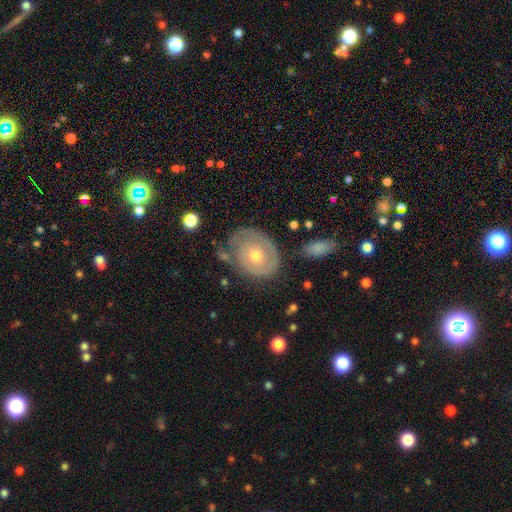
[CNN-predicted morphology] smooth-or-featured: featured or disk: 66% | smooth: 28% | star or artifact: 7%
  disk-edge-on: no: 96% | yes: 4%
    bar: no: 85% | weak: 12% | strong: 2%
    has-spiral-arms: yes: 64% | no: 36%
    bulge-size: small: 52% | moderate: 44% | large: 2% | none: 1% | dominant: 1%
  merging: none: 62% | minor disturbance: 23% | major disturbance: 11% | merger: 4%